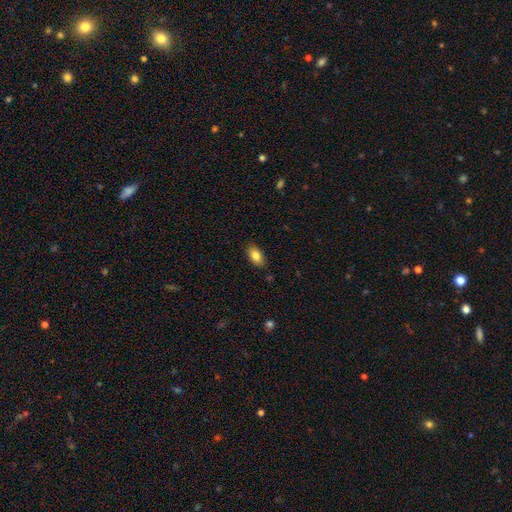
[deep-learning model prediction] Smooth or featured?
  - smooth: 85% *
  - star or artifact: 8%
  - featured or disk: 7%
How rounded?
  - in between: 91% *
  - round: 7%
  - cigar-shaped: 2%
Merging?
  - none: 86% *
  - minor disturbance: 10%
  - major disturbance: 2%
  - merger: 1%